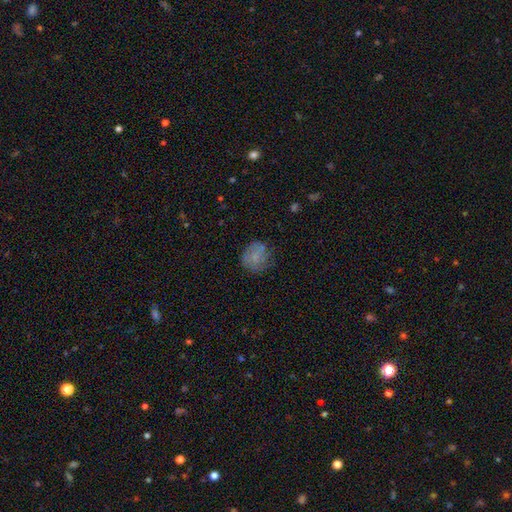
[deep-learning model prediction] This is likely a smooth galaxy (64%). How rounded: likely round (78%). Merging: likely none (62%).